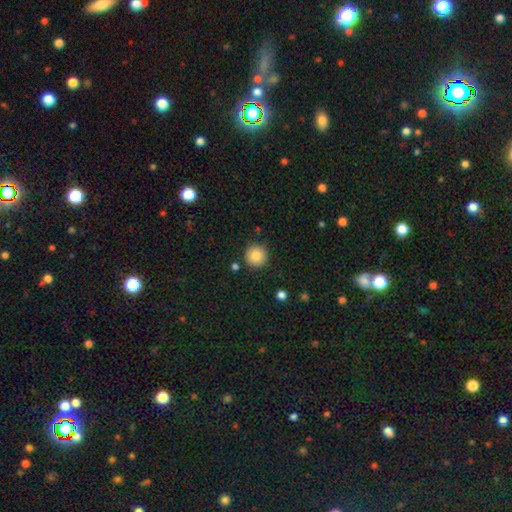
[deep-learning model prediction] Smooth or featured? Predicted: smooth (p=0.86). How rounded? Predicted: round (p=0.95). Merging? Predicted: none (p=0.89).